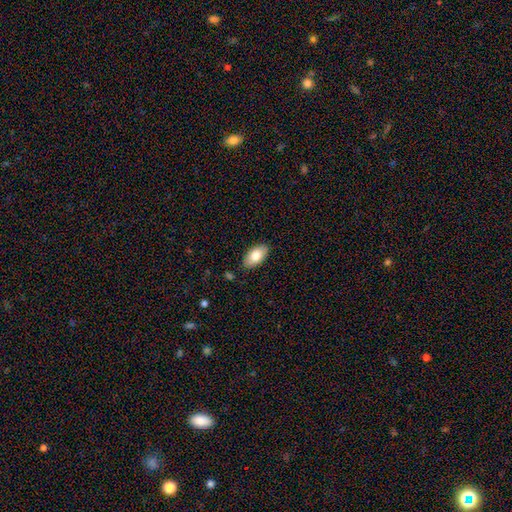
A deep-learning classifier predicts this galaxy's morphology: The model was most divided on "smooth or featured": smooth: 79%, featured or disk: 14%, star or artifact: 7%. More confident: how rounded — in between (94%); merging — none (87%).